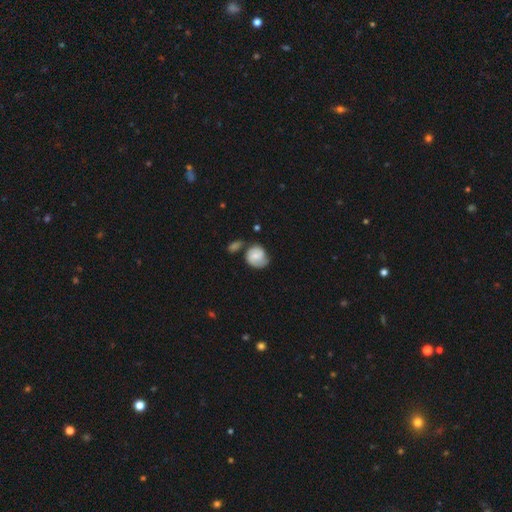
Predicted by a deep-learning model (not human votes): Smooth or featured?
  - smooth: 56% *
  - featured or disk: 36%
  - star or artifact: 7%
How rounded?
  - round: 75% *
  - in between: 24%
  - cigar-shaped: 1%
Merging?
  - none: 49% *
  - minor disturbance: 27%
  - merger: 14%
  - major disturbance: 10%